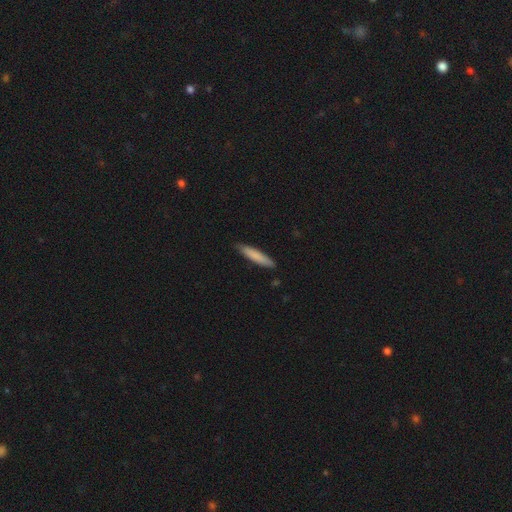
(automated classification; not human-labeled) The model was most divided on "smooth or featured": smooth: 81%, featured or disk: 14%, star or artifact: 5%. More confident: how rounded — cigar-shaped (88%); merging — none (86%).